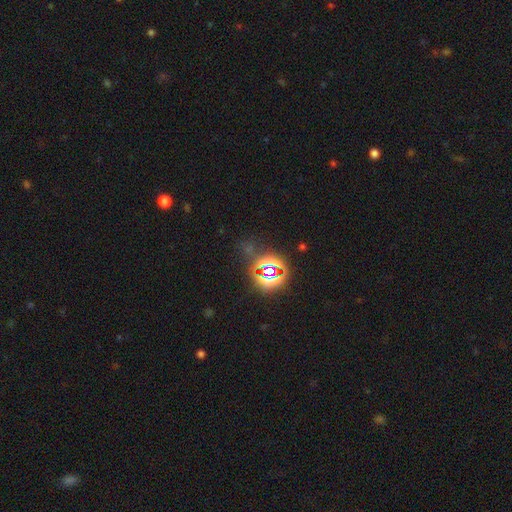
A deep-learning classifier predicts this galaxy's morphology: Q: Smooth or featured?
A: star or artifact (74%); runner-up: smooth (19%)